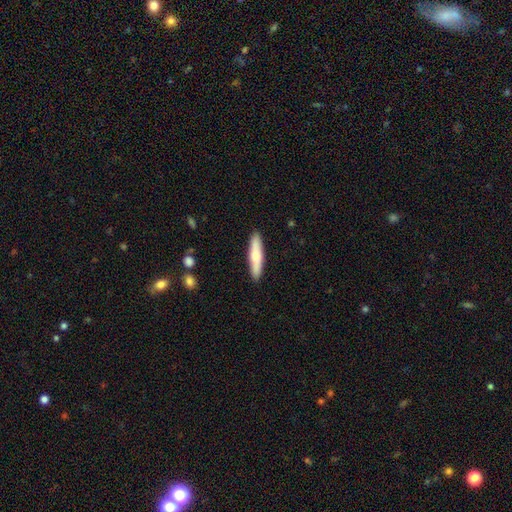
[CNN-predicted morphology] Smooth or featured? Predicted: smooth (p=0.61). How rounded? Predicted: cigar-shaped (p=0.82). Merging? Predicted: none (p=0.90).